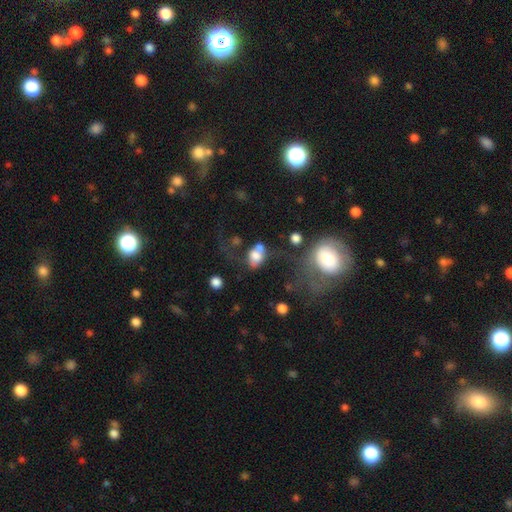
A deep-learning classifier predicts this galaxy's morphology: The model was most divided on "merging": merger: 37%, none: 27%, major disturbance: 20%, minor disturbance: 16%. More confident: how rounded — in between (72%); smooth or featured — smooth (64%).